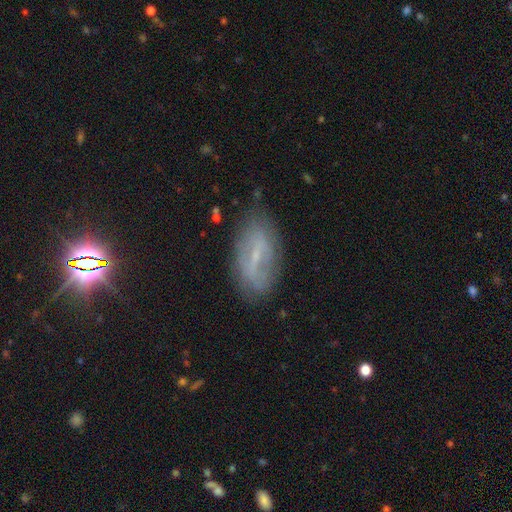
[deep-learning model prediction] featured or disk 56%, smooth 31%, star or artifact 13%. Down the decision tree: edge-on disk — no (85%); merging — none (76%).